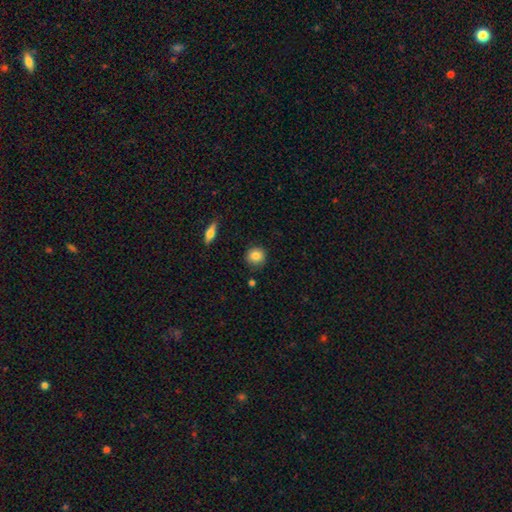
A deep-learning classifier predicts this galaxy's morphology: Smooth or featured? Predicted: smooth (p=0.85). How rounded? Predicted: round (p=0.89). Merging? Predicted: none (p=0.87).